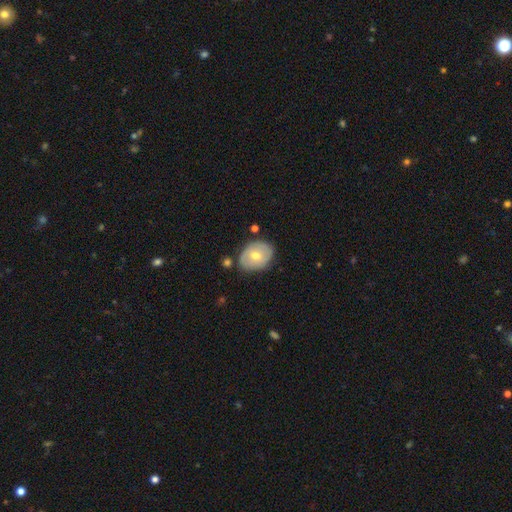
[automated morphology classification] This appears to be a smooth galaxy with no disk features (54%) that is in between round and cigar-shaped (61%). Merging: none (74%).